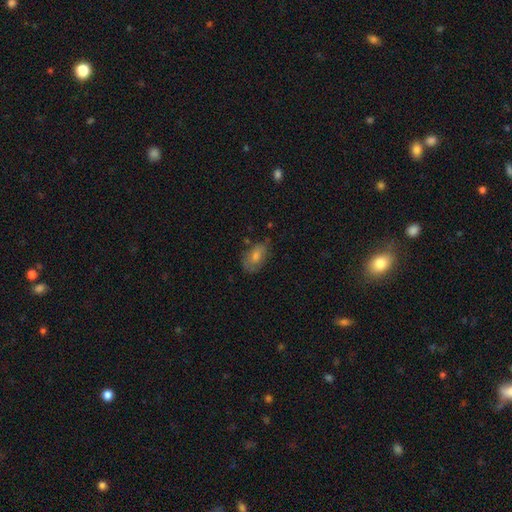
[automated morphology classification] smooth_or_featured: smooth (p=0.55) [alt: featured or disk p=0.32]
how_rounded: in between (p=0.87) [alt: round p=0.09]
merging: none (p=0.66) [alt: minor disturbance p=0.24]